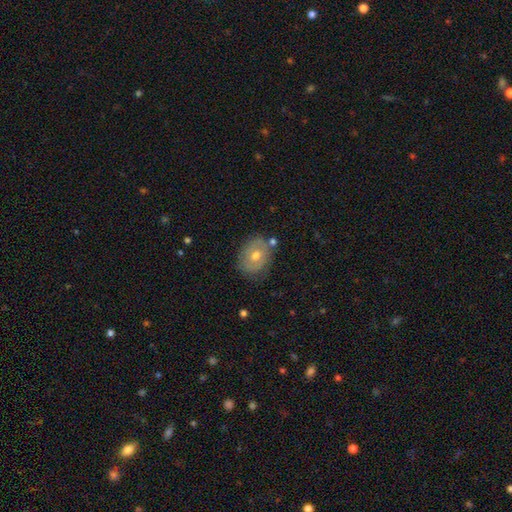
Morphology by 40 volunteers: Smooth or featured? smooth (55%)
How rounded? in between (64%)
Merging? none (72%)